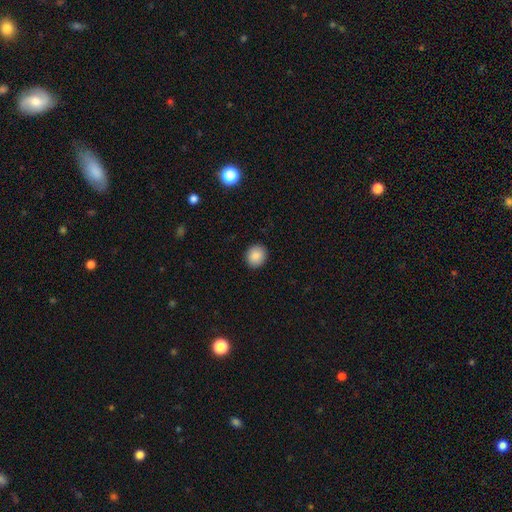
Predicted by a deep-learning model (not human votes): A smooth galaxy with no disk features (87%) that is round (76%).

Vote fractions:
- Smooth or featured? smooth: 87% / star or artifact: 8% / featured or disk: 4%
- How rounded? round: 76% / in between: 24% / cigar-shaped: 1%
- Merging? none: 91% / minor disturbance: 6% / major disturbance: 2% / merger: 1%